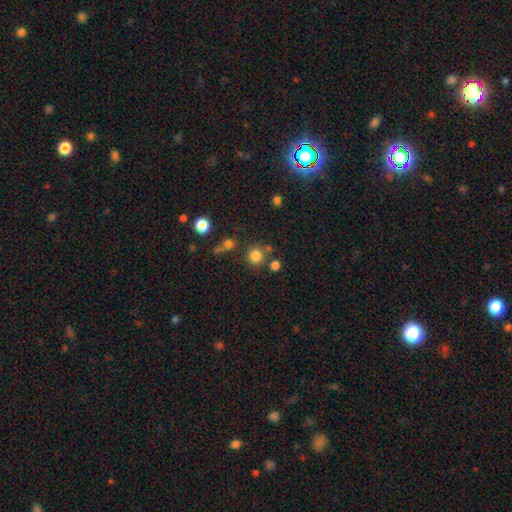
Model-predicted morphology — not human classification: smooth 80%, star or artifact 14%, featured or disk 6%. Down the decision tree: how rounded — round (90%); merging — none (73%).